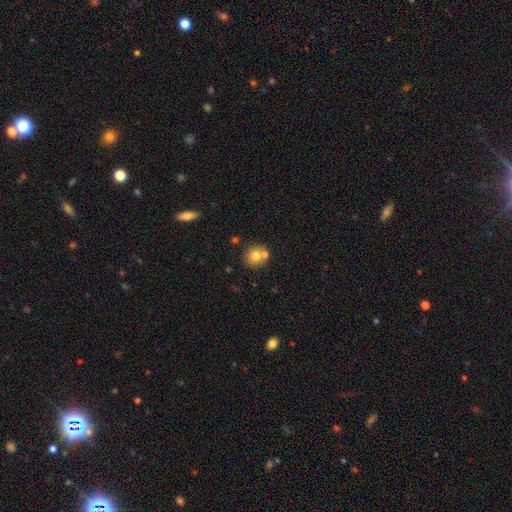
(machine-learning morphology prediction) The model was most divided on "merging": none: 62%, merger: 27%, minor disturbance: 9%, major disturbance: 2%. More confident: how rounded — round (88%); smooth or featured — smooth (73%).